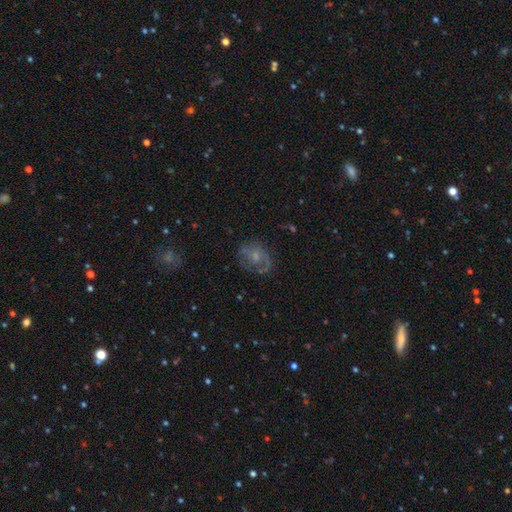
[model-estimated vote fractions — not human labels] smooth-or-featured: featured or disk: 58% | smooth: 31% | star or artifact: 11%
  disk-edge-on: no: 97% | yes: 3%
    bar: no: 71% | weak: 25% | strong: 4%
    has-spiral-arms: yes: 71% | no: 29%
    bulge-size: small: 51% | moderate: 34% | none: 11% | large: 3% | dominant: 1%
  merging: none: 60% | minor disturbance: 21% | major disturbance: 17% | merger: 2%